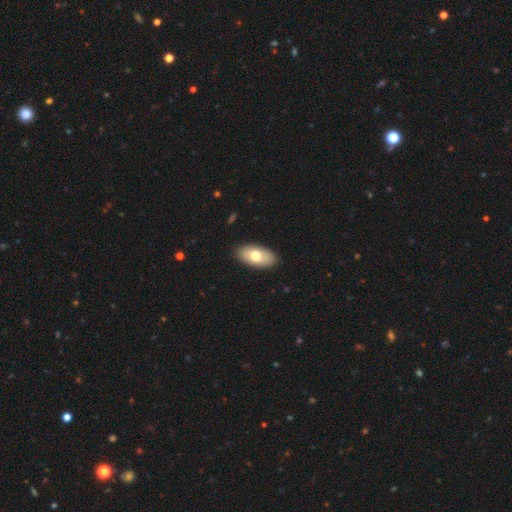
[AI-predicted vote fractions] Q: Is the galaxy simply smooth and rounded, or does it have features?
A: smooth — 72%.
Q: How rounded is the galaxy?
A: in between — 93%.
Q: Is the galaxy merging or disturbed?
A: none — 90%.